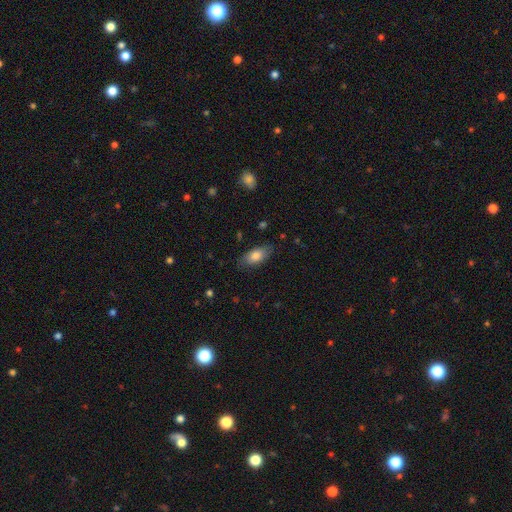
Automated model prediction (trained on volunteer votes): smooth_or_featured: smooth (p=0.78) [alt: featured or disk p=0.15]
how_rounded: in between (p=0.88) [alt: cigar-shaped p=0.09]
merging: none (p=0.81) [alt: minor disturbance p=0.15]